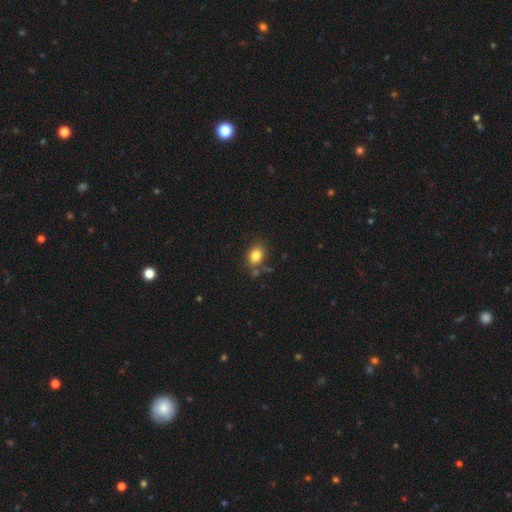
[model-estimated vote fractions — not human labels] This is clearly a smooth galaxy (84%). How rounded: likely in between (66%). Merging: likely none (75%).